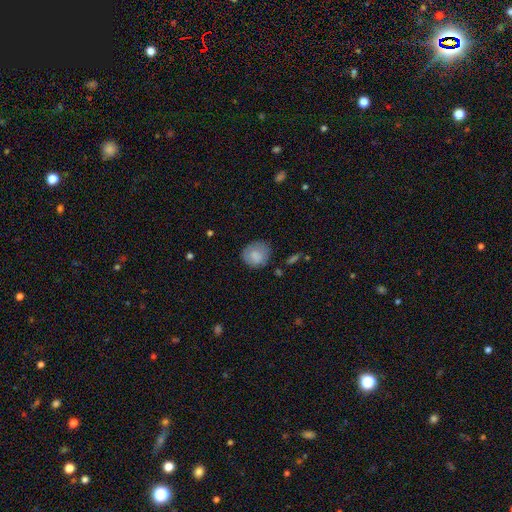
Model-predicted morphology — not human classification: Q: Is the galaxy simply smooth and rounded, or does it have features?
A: smooth — 82%.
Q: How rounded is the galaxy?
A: round — 76%.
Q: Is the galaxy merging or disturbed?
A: none — 72%.